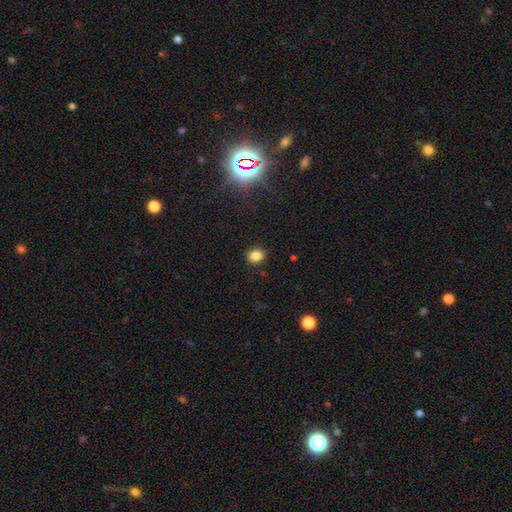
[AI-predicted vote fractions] A smooth galaxy with no disk features (84%) that is round (63%).

Vote fractions:
- Smooth or featured? smooth: 84% / star or artifact: 12% / featured or disk: 4%
- How rounded? round: 63% / in between: 36% / cigar-shaped: 1%
- Merging? none: 87% / minor disturbance: 9% / major disturbance: 2% / merger: 1%